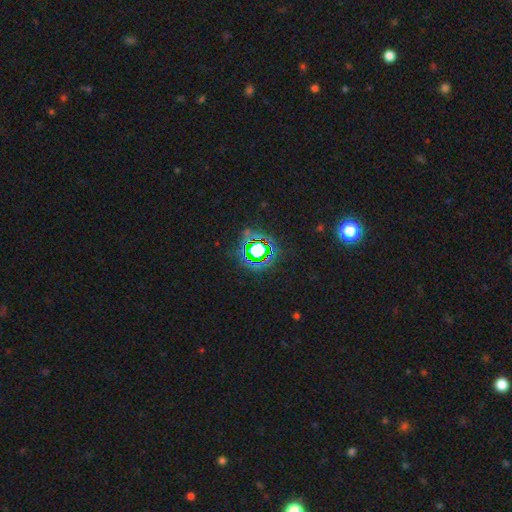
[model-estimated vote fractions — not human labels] A star or artifact, not a galaxy (79%).

Vote fractions:
- Smooth or featured? star or artifact: 79% / smooth: 13% / featured or disk: 8%